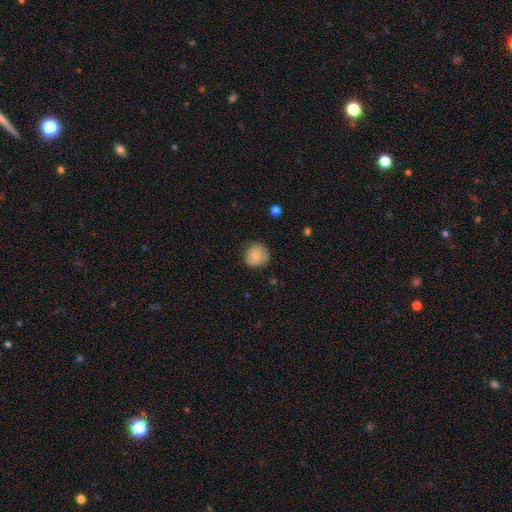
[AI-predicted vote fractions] Overall: smooth (79%). How rounded: round (85%). Merging: none (77%).